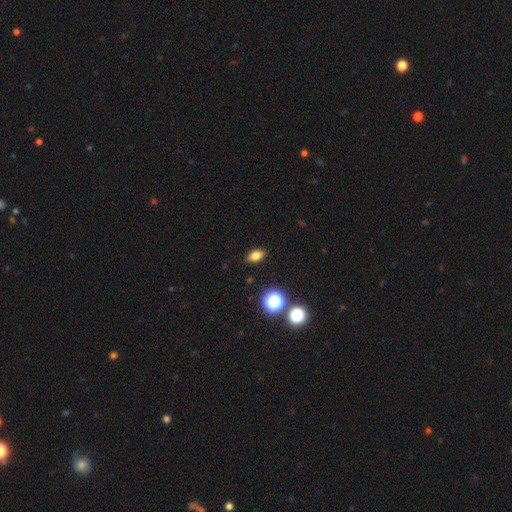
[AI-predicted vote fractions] Morphology: type=smooth (77%); roundness=in between (83%); merging=none (89%).